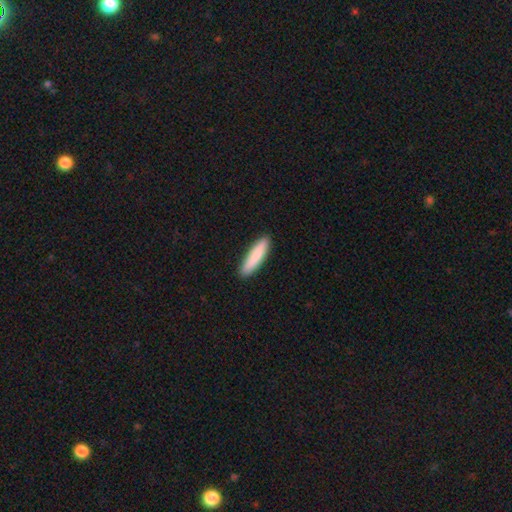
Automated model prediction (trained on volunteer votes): This is clearly a smooth galaxy (86%). How rounded: likely cigar-shaped (79%). Merging: clearly none (90%).